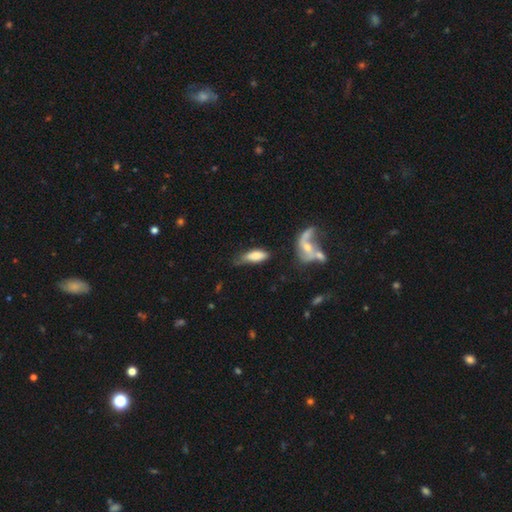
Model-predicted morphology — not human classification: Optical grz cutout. It shows a smooth galaxy with no disk features (75%) that is in between round and cigar-shaped (71%). Merging: minor disturbance (38%).